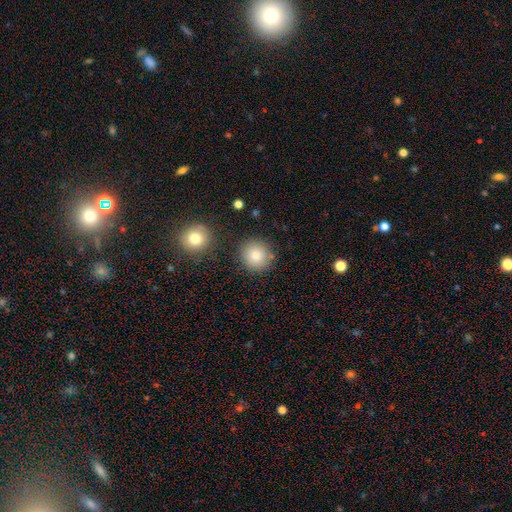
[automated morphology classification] Smooth or featured?
  - smooth: 84% *
  - star or artifact: 9%
  - featured or disk: 7%
How rounded?
  - round: 90% *
  - in between: 9%
  - cigar-shaped: 1%
Merging?
  - none: 84% *
  - minor disturbance: 8%
  - merger: 5%
  - major disturbance: 3%